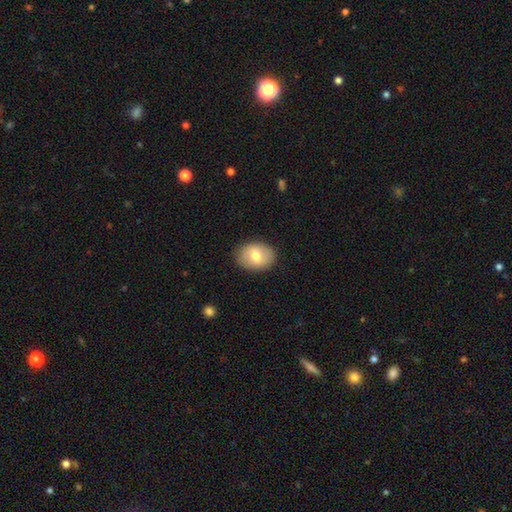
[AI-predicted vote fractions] smooth_or_featured: smooth (p=0.72) [alt: featured or disk p=0.21]
how_rounded: in between (p=0.67) [alt: round p=0.32]
merging: none (p=0.87) [alt: minor disturbance p=0.09]